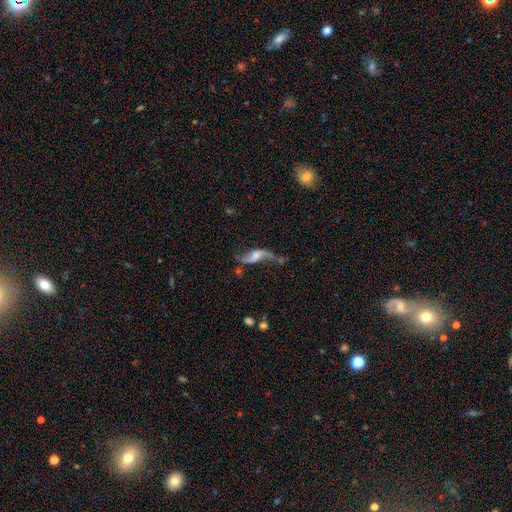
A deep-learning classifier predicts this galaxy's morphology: Overall: featured or disk (80%). Edge-on disk: no (91%). Bar: no (48%; weak 39%). Spiral arms: yes (91%). Spiral arm count: 2 (90%). Spiral winding: loose (92%). Bulge size: small (34%; moderate 30%). Merging: none (51%; minor disturbance 19%).